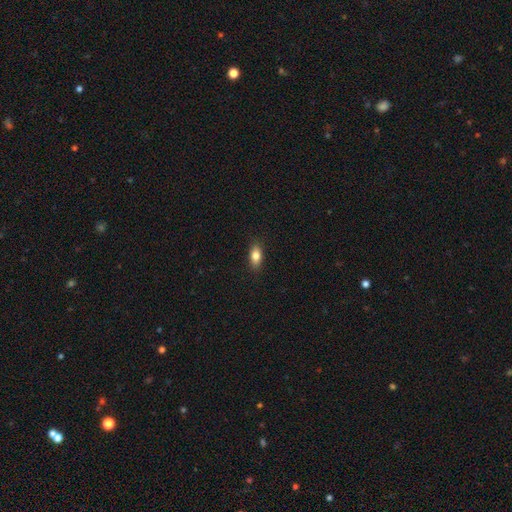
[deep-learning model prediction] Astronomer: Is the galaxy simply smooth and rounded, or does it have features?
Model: smooth — 80%.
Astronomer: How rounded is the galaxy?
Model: in between — 83%.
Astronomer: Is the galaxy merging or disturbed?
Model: none — 88%.